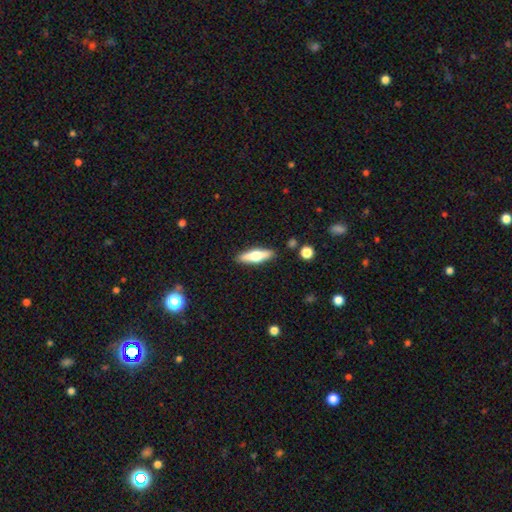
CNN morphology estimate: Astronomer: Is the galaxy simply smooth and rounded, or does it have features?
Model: smooth — 48% (runner-up: featured or disk, 46%).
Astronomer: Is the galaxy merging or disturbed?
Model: none — 88%.